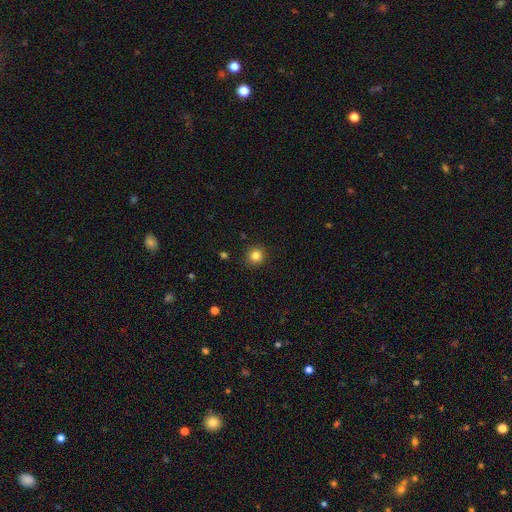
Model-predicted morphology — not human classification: Overall: smooth (83%). How rounded: round (94%). Merging: none (91%).